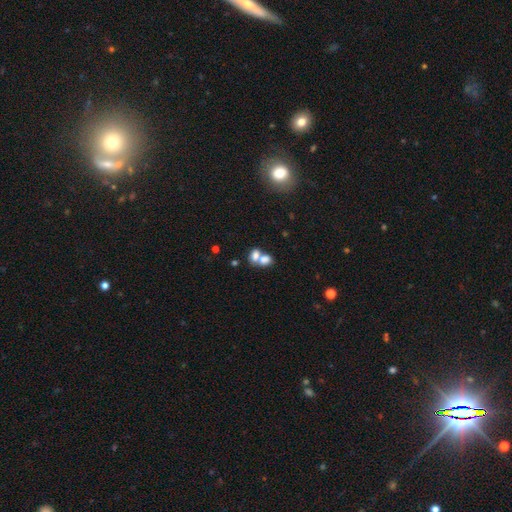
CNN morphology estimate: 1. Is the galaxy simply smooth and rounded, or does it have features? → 74% smooth, 15% featured or disk, 11% star or artifact.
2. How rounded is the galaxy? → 75% in between, 23% round, 2% cigar-shaped.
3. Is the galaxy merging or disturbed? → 66% merger, 24% none, 6% minor disturbance, 4% major disturbance.